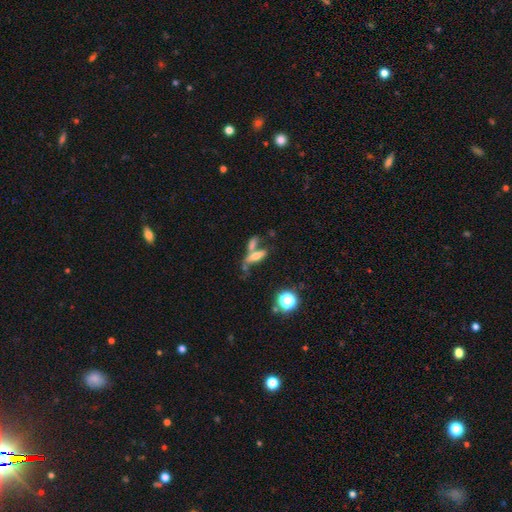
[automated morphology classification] A smooth galaxy with no disk features (51%) that is cigar-shaped (52%).

Vote fractions:
- Smooth or featured? smooth: 51% / featured or disk: 36% / star or artifact: 13%
- How rounded? cigar-shaped: 52% / in between: 42% / round: 6%
- Merging? none: 40% / merger: 39% / minor disturbance: 13% / major disturbance: 9%